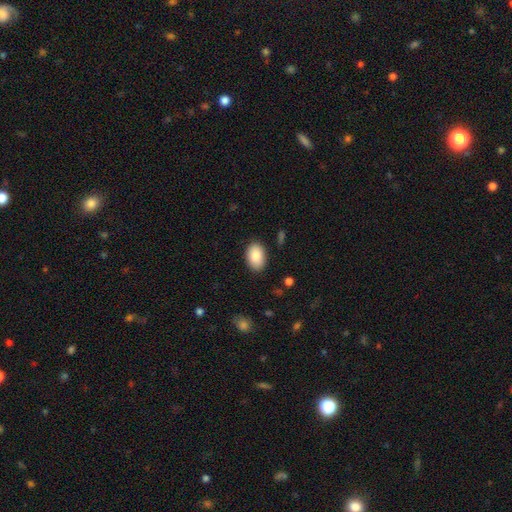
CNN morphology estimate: Smooth or featured: smooth — 86% (featured or disk — 8%)
How rounded: in between — 90% (round — 9%)
Merging: none — 87% (minor disturbance — 10%)